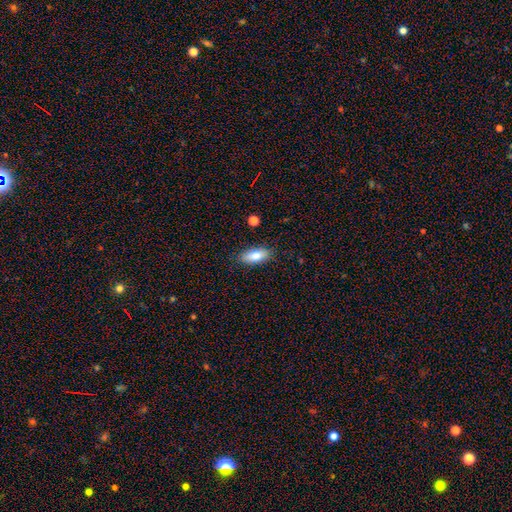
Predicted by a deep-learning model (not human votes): Overall: smooth (80%). How rounded: in between (85%). Merging: none (85%).